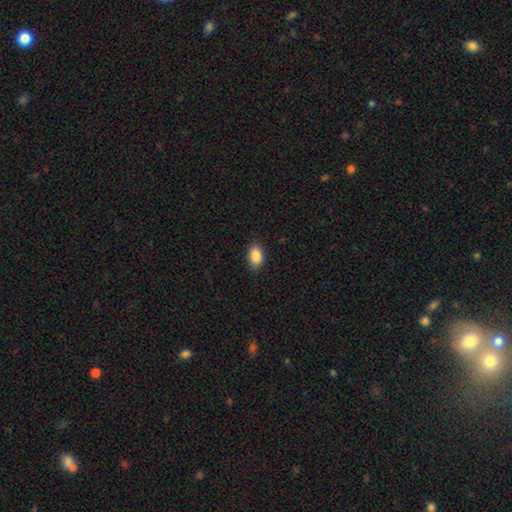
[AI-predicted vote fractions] smooth 88%, star or artifact 8%, featured or disk 4%. Down the decision tree: how rounded — in between (89%); merging — none (87%).